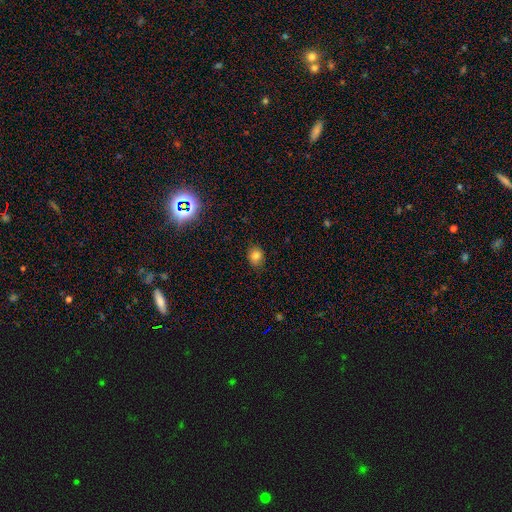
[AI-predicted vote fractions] The model was most divided on "how rounded": round: 53%, in between: 46%, cigar-shaped: 1%. More confident: merging — none (84%); smooth or featured — smooth (81%).